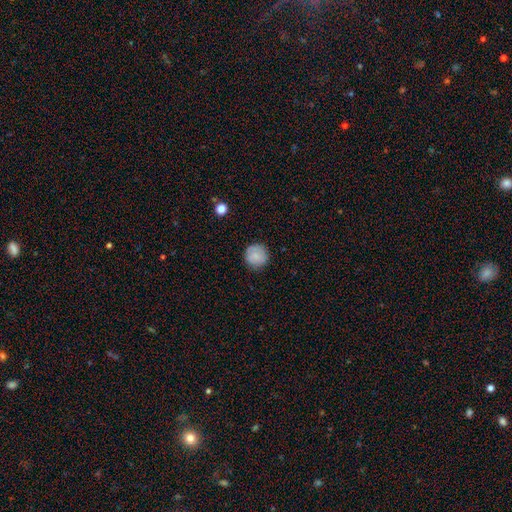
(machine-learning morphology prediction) smooth-or-featured: smooth: 84% | featured or disk: 8% | star or artifact: 8%
  how-rounded: round: 94% | in between: 5% | cigar-shaped: 1%
  merging: none: 87% | minor disturbance: 9% | major disturbance: 2% | merger: 1%